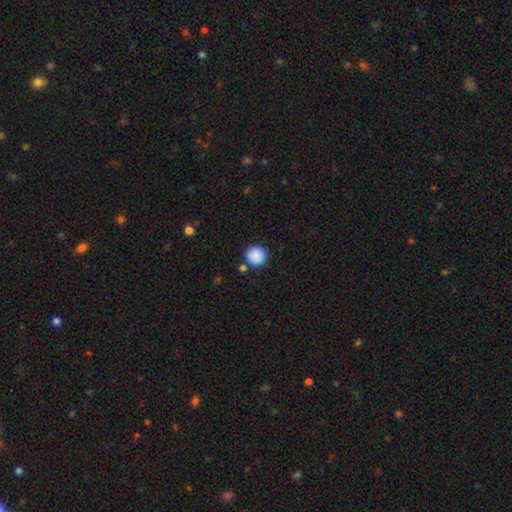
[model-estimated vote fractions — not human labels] Q: Smooth or featured?
A: smooth (89%); runner-up: star or artifact (8%)
Q: How rounded?
A: round (93%); runner-up: in between (6%)
Q: Merging?
A: none (85%); runner-up: minor disturbance (8%)